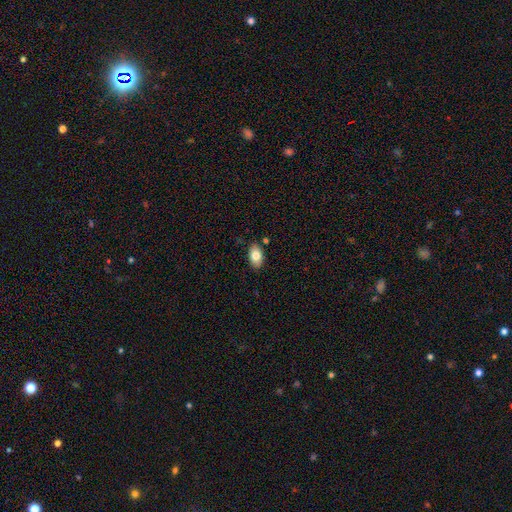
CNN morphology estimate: Smooth or featured? Predicted: smooth (p=0.81). How rounded? Predicted: in between (p=0.92). Merging? Predicted: none (p=0.84).